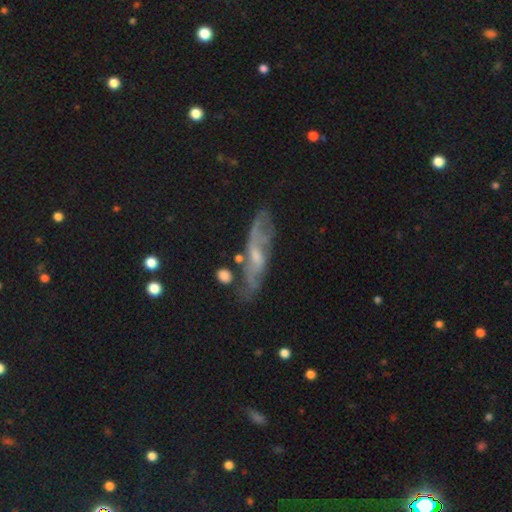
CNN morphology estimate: featured or disk 68%, smooth 24%, star or artifact 8%. Down the decision tree: edge-on disk — no (66%); merging — none (63%).